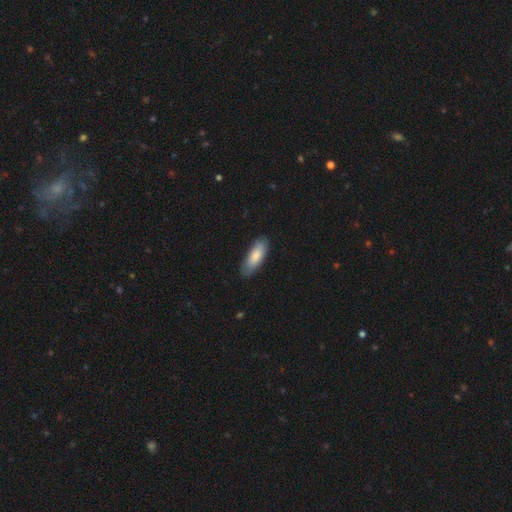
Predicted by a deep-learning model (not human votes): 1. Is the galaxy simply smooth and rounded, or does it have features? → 81% smooth, 13% featured or disk, 5% star or artifact.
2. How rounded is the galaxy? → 69% in between, 30% cigar-shaped, 2% round.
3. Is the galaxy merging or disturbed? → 82% none, 14% minor disturbance, 2% major disturbance, 1% merger.